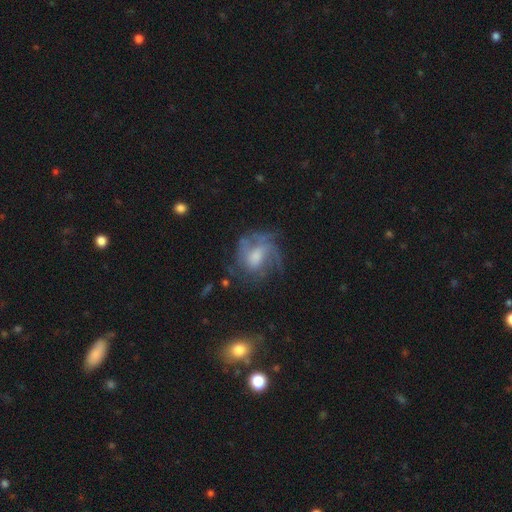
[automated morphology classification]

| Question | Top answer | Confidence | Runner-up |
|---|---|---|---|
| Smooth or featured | featured or disk | 66% | smooth (23%) |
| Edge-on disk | no | 97% | yes (3%) |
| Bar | no | 53% | weak (40%) |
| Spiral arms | yes | 80% | no (20%) |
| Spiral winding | medium | 41% | tight (37%) |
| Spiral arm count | can't tell | 42% | 3 (19%) |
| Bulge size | moderate | 45% | small (24%) |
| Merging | none | 54% | major disturbance (22%) |